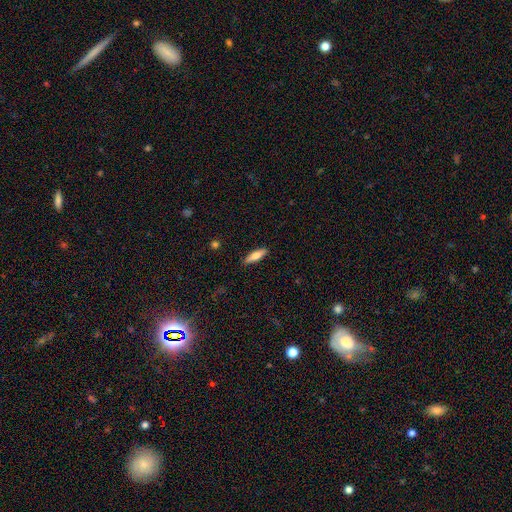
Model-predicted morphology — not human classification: Q: Smooth or featured?
A: smooth (71%); runner-up: featured or disk (22%)
Q: How rounded?
A: cigar-shaped (58%); runner-up: in between (40%)
Q: Merging?
A: none (89%); runner-up: minor disturbance (8%)